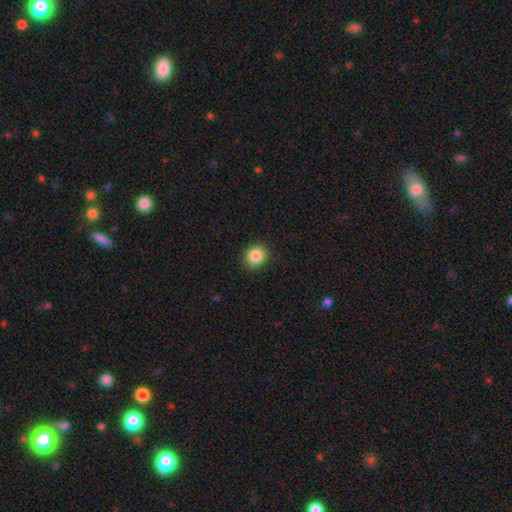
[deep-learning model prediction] A smooth galaxy with no disk features (86%) that is round (75%).

Vote fractions:
- Smooth or featured? smooth: 86% / star or artifact: 10% / featured or disk: 5%
- How rounded? round: 75% / in between: 24% / cigar-shaped: 1%
- Merging? none: 90% / minor disturbance: 7% / major disturbance: 2% / merger: 1%